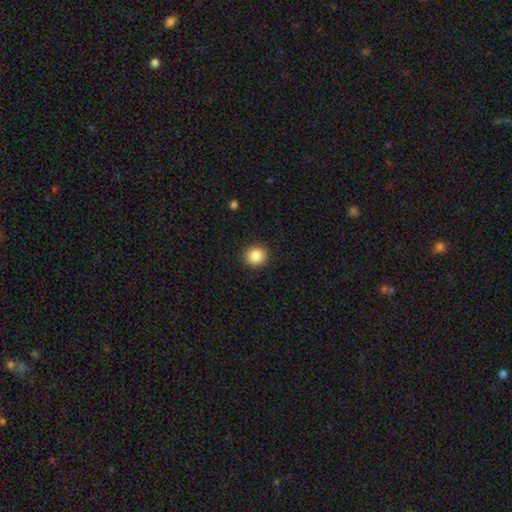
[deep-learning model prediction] This appears to be a smooth galaxy with no disk features (87%) that is round (85%). Merging: none (91%).